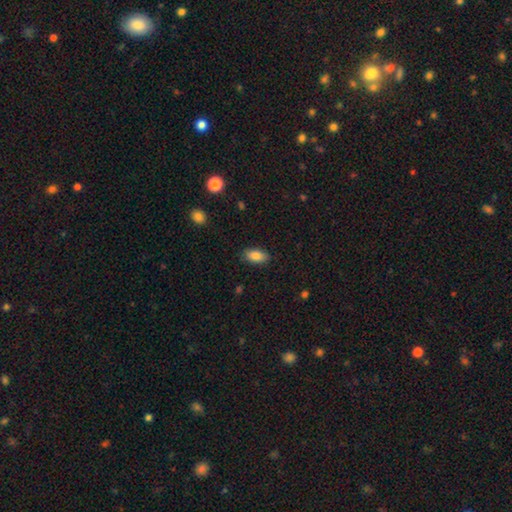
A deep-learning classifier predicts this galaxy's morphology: Smooth or featured: smooth — 85% (featured or disk — 7%)
How rounded: in between — 90% (cigar-shaped — 6%)
Merging: none — 87% (minor disturbance — 10%)